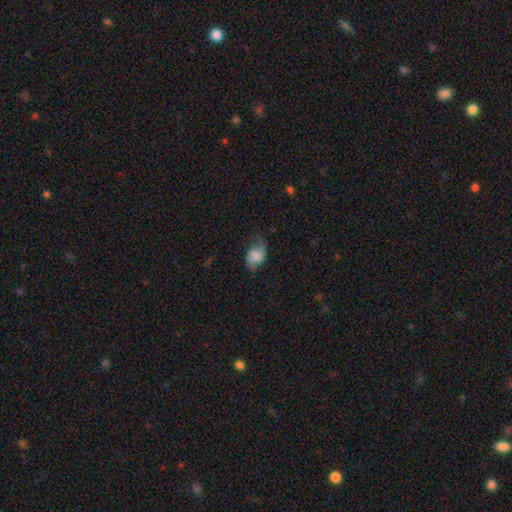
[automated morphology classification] smooth_or_featured: featured or disk (p=0.50) [alt: smooth p=0.41]
merging: none (p=0.50) [alt: minor disturbance p=0.29]